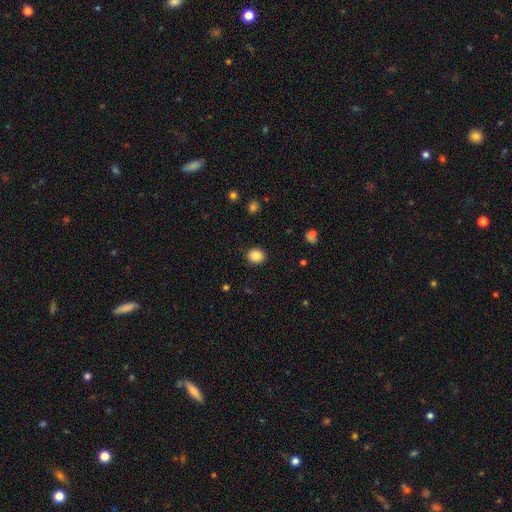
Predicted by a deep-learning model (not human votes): Overall: smooth (87%). How rounded: round (70%). Merging: none (90%).